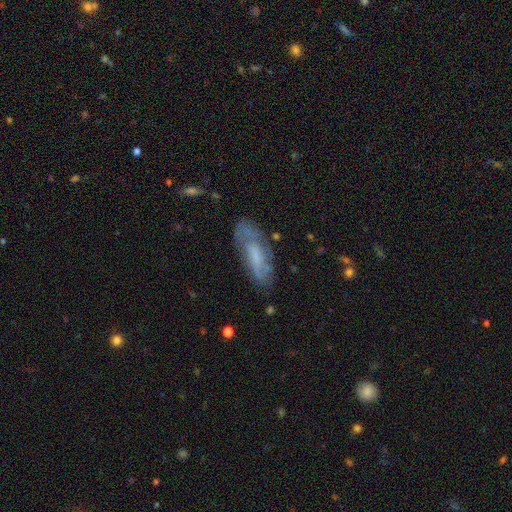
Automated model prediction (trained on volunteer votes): Overall: featured or disk (53%; smooth 39%). Edge-on disk: no (79%). Merging: none (67%).